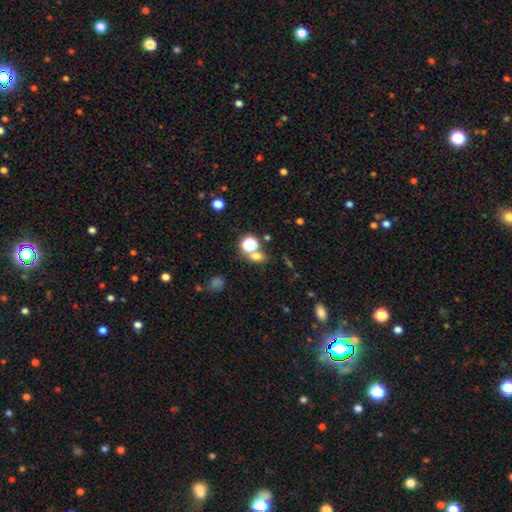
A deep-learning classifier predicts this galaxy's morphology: Smooth or featured? Predicted: smooth (p=0.61). How rounded? Predicted: round (p=0.61). Merging? Predicted: none (p=0.61).